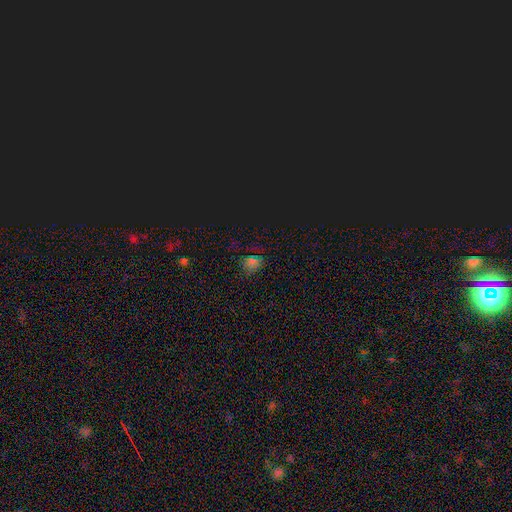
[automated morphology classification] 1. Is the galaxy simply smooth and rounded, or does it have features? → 51% star or artifact, 42% smooth, 6% featured or disk.